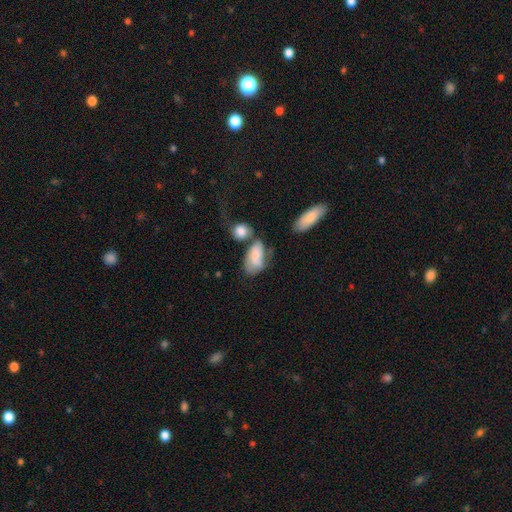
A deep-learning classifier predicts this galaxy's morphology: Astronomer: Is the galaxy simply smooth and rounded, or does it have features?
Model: smooth — 60%.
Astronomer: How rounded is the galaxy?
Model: in between — 90%.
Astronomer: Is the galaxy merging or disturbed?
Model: none — 32% (runner-up: merger, 27%).